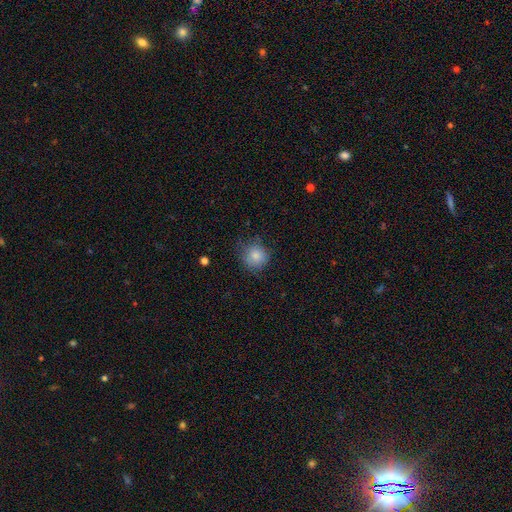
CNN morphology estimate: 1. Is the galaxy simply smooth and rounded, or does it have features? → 82% smooth, 9% star or artifact, 8% featured or disk.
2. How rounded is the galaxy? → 90% round, 9% in between, 1% cigar-shaped.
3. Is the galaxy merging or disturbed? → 72% none, 21% minor disturbance, 6% major disturbance, 1% merger.